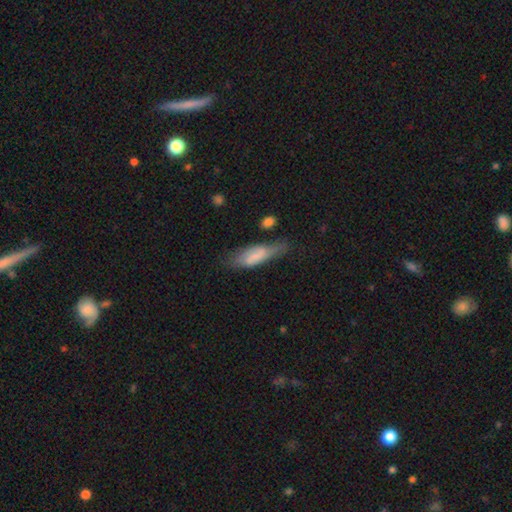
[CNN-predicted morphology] Smooth or featured?
  - smooth: 62% *
  - featured or disk: 30%
  - star or artifact: 7%
How rounded?
  - in between: 52% *
  - cigar-shaped: 46%
  - round: 2%
Merging?
  - none: 51% *
  - minor disturbance: 31%
  - major disturbance: 13%
  - merger: 5%